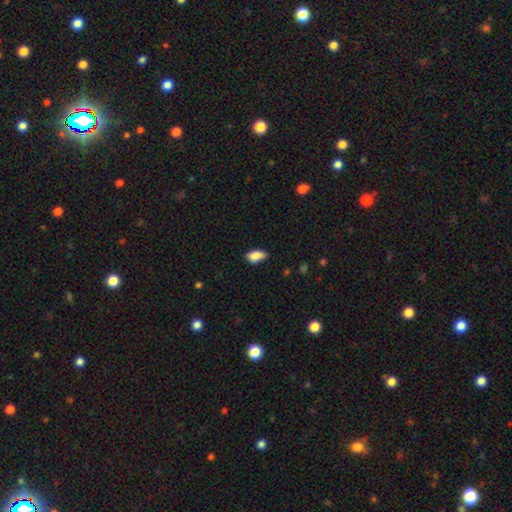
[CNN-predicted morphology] Overall: smooth (88%). How rounded: in between (91%). Merging: none (68%).